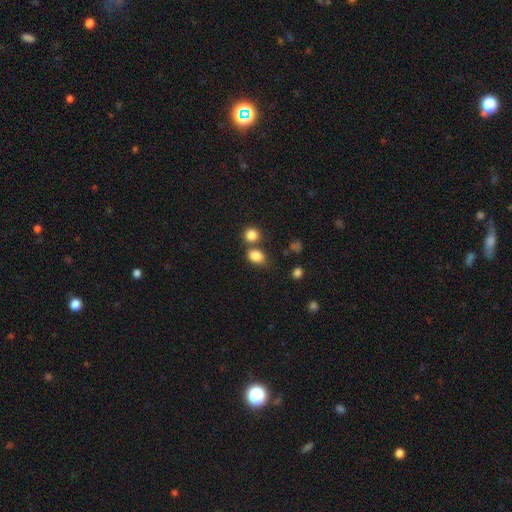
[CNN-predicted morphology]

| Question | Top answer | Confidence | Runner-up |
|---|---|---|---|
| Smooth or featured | smooth | 84% | star or artifact (10%) |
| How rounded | in between | 66% | round (33%) |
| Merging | none | 56% | merger (27%) |